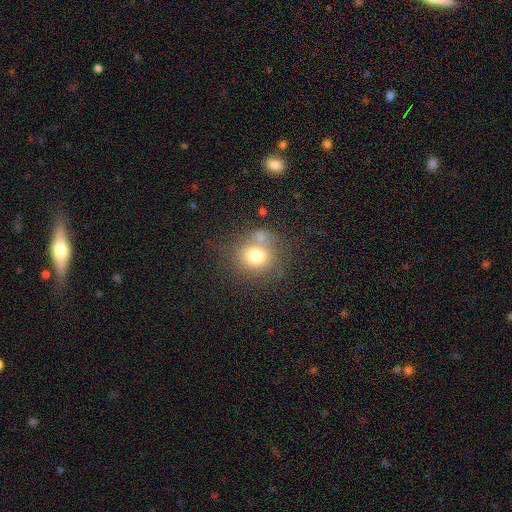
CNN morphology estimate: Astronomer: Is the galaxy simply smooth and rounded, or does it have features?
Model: smooth — 73%.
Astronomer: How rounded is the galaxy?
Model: round — 77%.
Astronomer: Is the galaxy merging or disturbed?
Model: none — 53%.